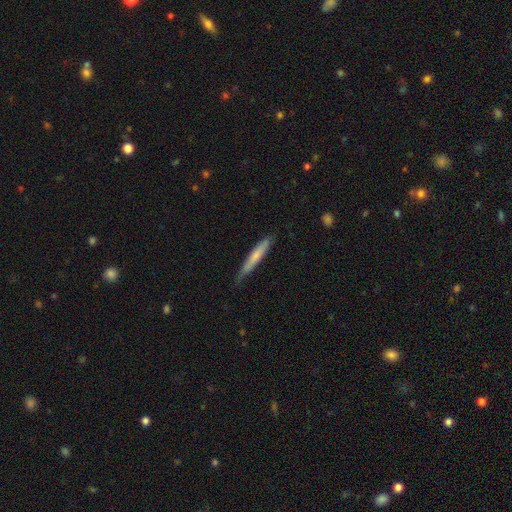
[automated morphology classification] Smooth or featured? Predicted: smooth (p=0.64). How rounded? Predicted: cigar-shaped (p=0.95). Merging? Predicted: none (p=0.71).